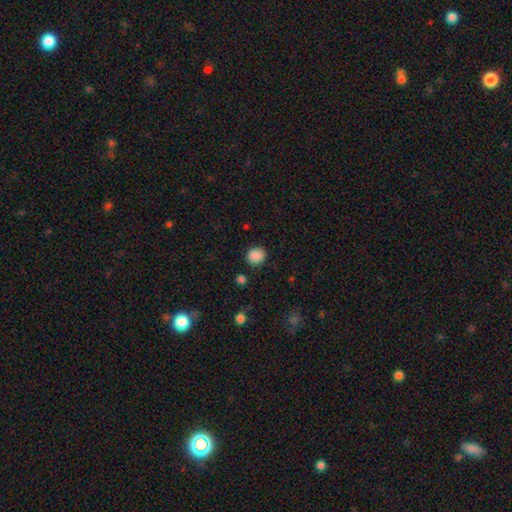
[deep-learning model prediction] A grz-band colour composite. It shows a smooth galaxy with no disk features (88%) that is round (75%). Merging: none (84%).